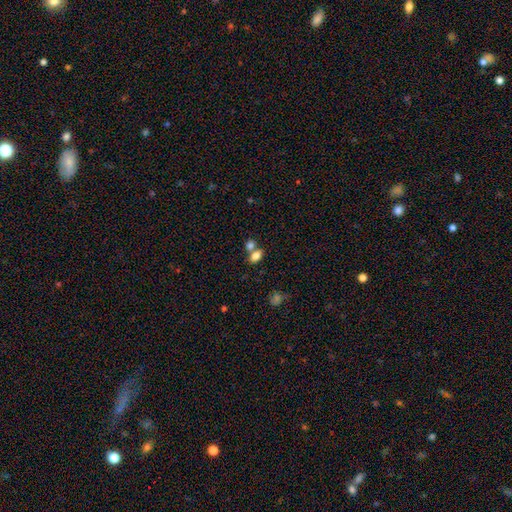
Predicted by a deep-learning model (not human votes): smooth_or_featured: smooth (p=0.80) [alt: star or artifact p=0.10]
how_rounded: in between (p=0.79) [alt: round p=0.18]
merging: merger (p=0.47) [alt: none p=0.40]